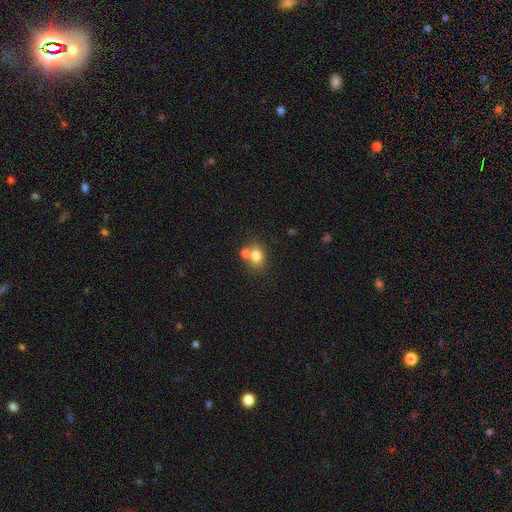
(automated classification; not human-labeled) smooth_or_featured: smooth (p=0.79) [alt: featured or disk p=0.11]
how_rounded: round (p=0.53) [alt: in between p=0.46]
merging: none (p=0.51) [alt: merger p=0.35]